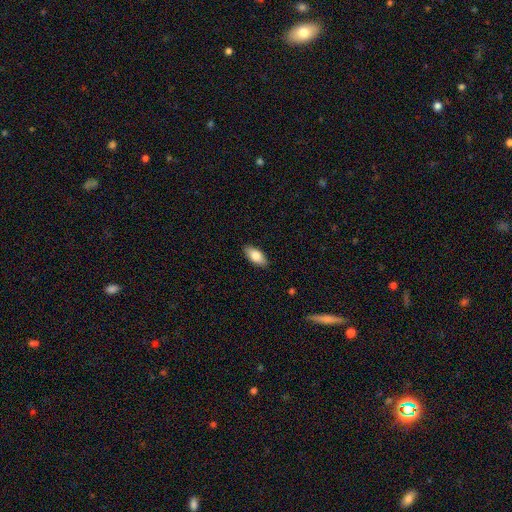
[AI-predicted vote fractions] Smooth or featured? Predicted: smooth (p=0.82). How rounded? Predicted: in between (p=0.89). Merging? Predicted: none (p=0.88).